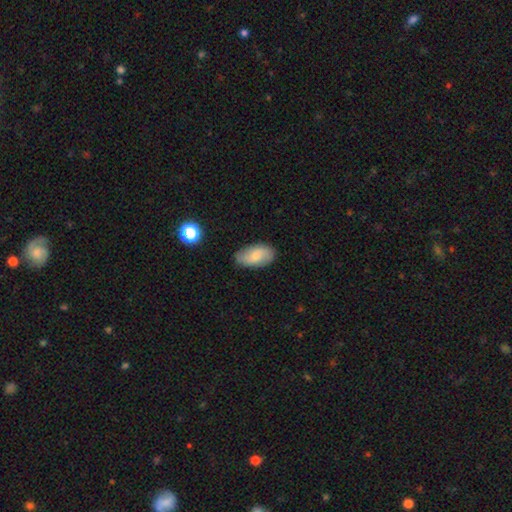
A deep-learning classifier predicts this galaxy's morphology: Smooth or featured?
  - smooth: 66% *
  - featured or disk: 26%
  - star or artifact: 7%
How rounded?
  - in between: 94% *
  - round: 4%
  - cigar-shaped: 3%
Merging?
  - none: 79% *
  - minor disturbance: 16%
  - major disturbance: 3%
  - merger: 1%